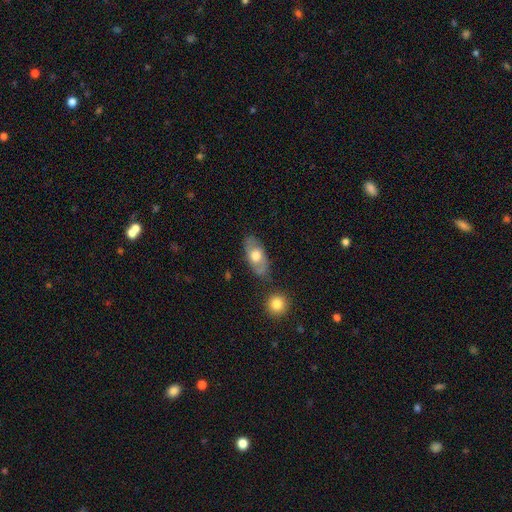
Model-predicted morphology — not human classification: A smooth galaxy with no disk features (53%) that is in between round and cigar-shaped (86%).

Vote fractions:
- Smooth or featured? smooth: 53% / featured or disk: 40% / star or artifact: 6%
- How rounded? in between: 86% / round: 8% / cigar-shaped: 7%
- Merging? none: 76% / minor disturbance: 15% / merger: 5% / major disturbance: 4%